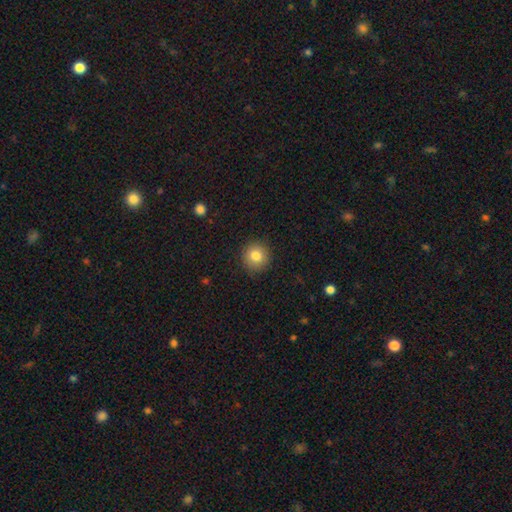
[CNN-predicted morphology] type=smooth (82%); roundness=round (91%); merging=none (89%).